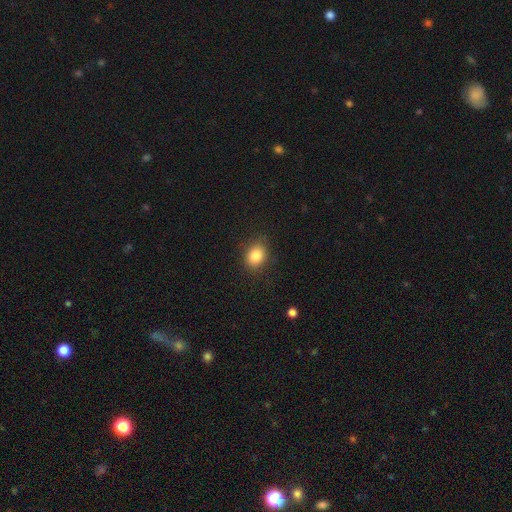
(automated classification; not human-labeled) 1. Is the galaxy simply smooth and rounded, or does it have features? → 85% smooth, 10% star or artifact, 6% featured or disk.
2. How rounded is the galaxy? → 55% in between, 44% round, 1% cigar-shaped.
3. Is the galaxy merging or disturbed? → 84% none, 12% minor disturbance, 3% major disturbance, 1% merger.